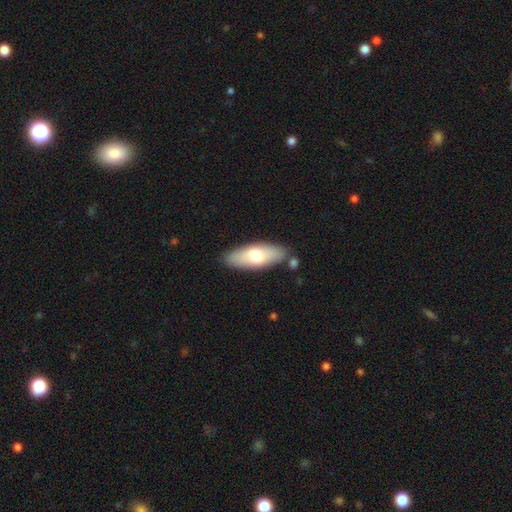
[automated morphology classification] Smooth or featured?
  - smooth: 65% *
  - featured or disk: 29%
  - star or artifact: 6%
How rounded?
  - in between: 70% *
  - cigar-shaped: 28%
  - round: 2%
Merging?
  - none: 81% *
  - minor disturbance: 11%
  - merger: 5%
  - major disturbance: 3%